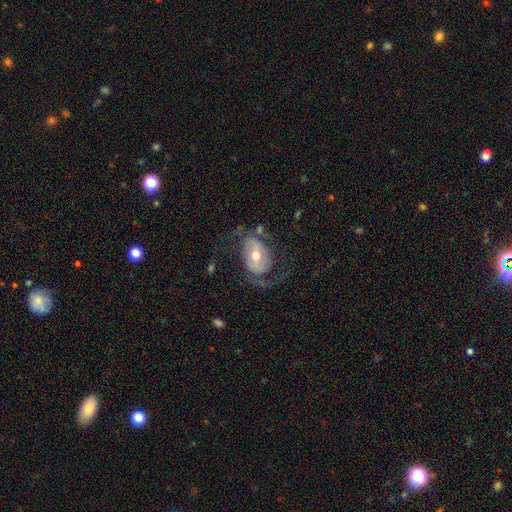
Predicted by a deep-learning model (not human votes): Smooth or featured? Predicted: featured or disk (p=0.75). Edge-on disk? Predicted: no (p=0.96). Bar? Predicted: no (p=0.40). Spiral arms? Predicted: yes (p=0.86). Spiral winding? Predicted: loose (p=0.48). Spiral arm count? Predicted: 2 (p=0.82). Bulge size? Predicted: moderate (p=0.69). Merging? Predicted: none (p=0.57).